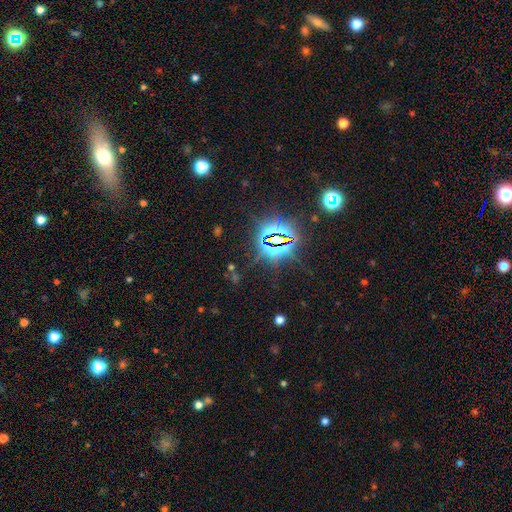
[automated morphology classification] smooth_or_featured: star or artifact (p=0.73) [alt: smooth p=0.16]